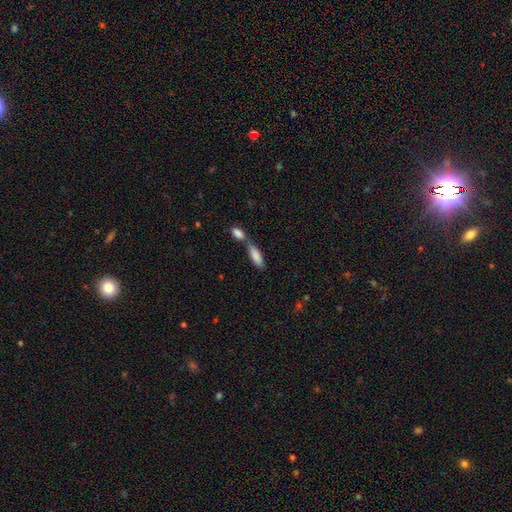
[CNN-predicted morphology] This appears to be a smooth galaxy with no disk features (84%) that is in between round and cigar-shaped (68%). Merging: merger (60%).